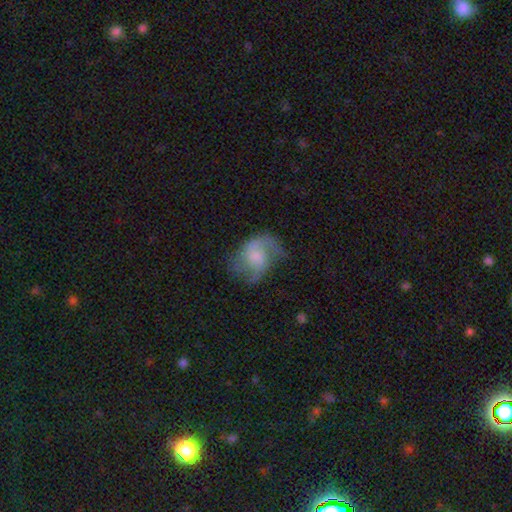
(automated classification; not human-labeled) smooth-or-featured: featured or disk: 68% | smooth: 24% | star or artifact: 7%
  disk-edge-on: no: 98% | yes: 2%
    bar: no: 53% | weak: 40% | strong: 7%
    has-spiral-arms: yes: 90% | no: 10%
      spiral-winding: loose: 45% | medium: 43% | tight: 12%
      spiral-arm-count: 2: 72% | 1: 10% | can't tell: 10% | 3: 5% | 4: 2% | more than 4: 2%
    bulge-size: small: 42% | moderate: 28% | none: 22% | large: 6% | dominant: 2%
  merging: none: 51% | minor disturbance: 24% | major disturbance: 23% | merger: 2%